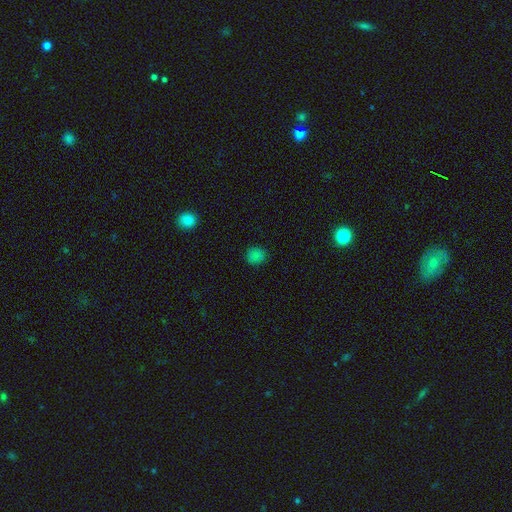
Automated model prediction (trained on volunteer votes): The model was most divided on "smooth or featured": smooth: 79%, star or artifact: 17%, featured or disk: 3%. More confident: merging — none (88%); how rounded — round (85%).